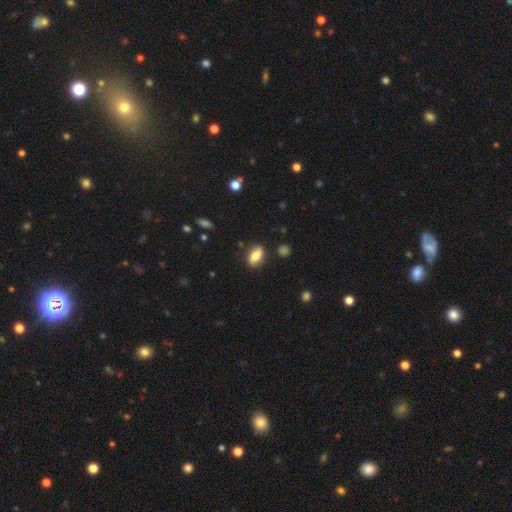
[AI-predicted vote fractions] Morphology: type=smooth (79%); roundness=in between (85%); merging=none (79%).